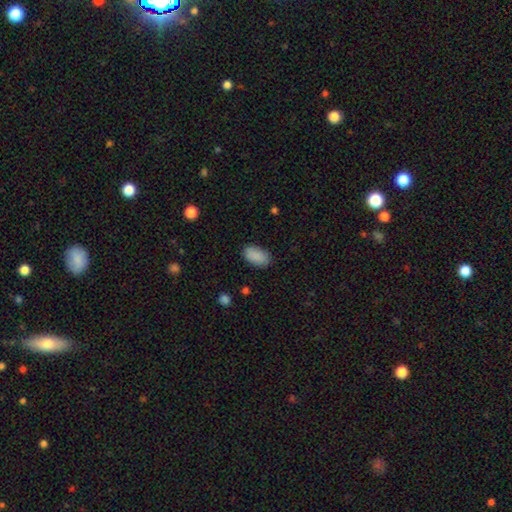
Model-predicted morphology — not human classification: The model was most divided on "merging": none: 84%, minor disturbance: 12%, major disturbance: 3%, merger: 1%. More confident: how rounded — in between (94%); smooth or featured — smooth (89%).